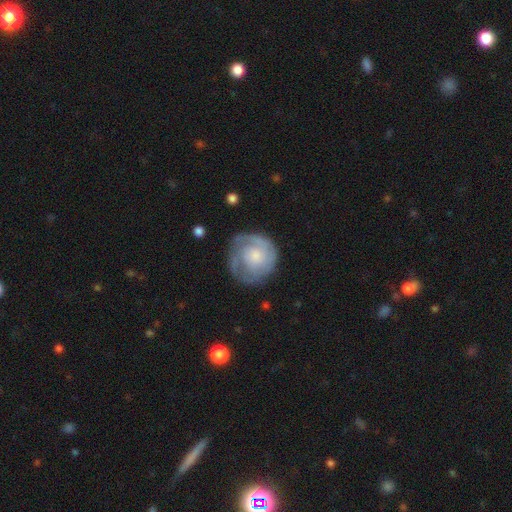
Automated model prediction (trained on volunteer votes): Smooth or featured: featured or disk — 64% (smooth — 30%)
Edge-on disk: no — 98% (yes — 2%)
Bar: no — 78% (weak — 19%)
Spiral arms: yes — 84% (no — 16%)
Spiral winding: tight — 61% (medium — 28%)
Spiral arm count: can't tell — 35% (2 — 27%)
Bulge size: small — 41% (moderate — 38%)
Merging: none — 71% (minor disturbance — 18%)